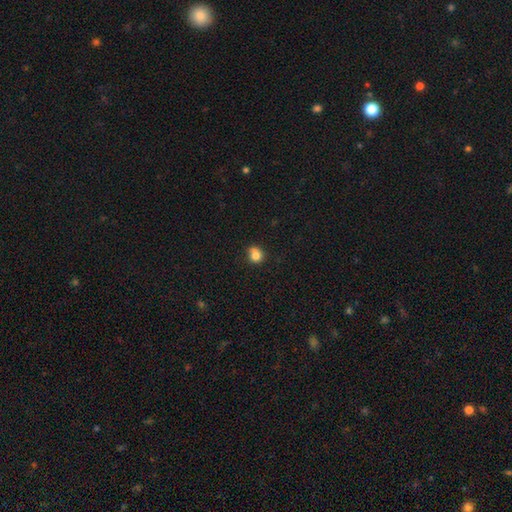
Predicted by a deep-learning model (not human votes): A smooth galaxy with no disk features (81%) that is round (77%). Merging: none (59%).